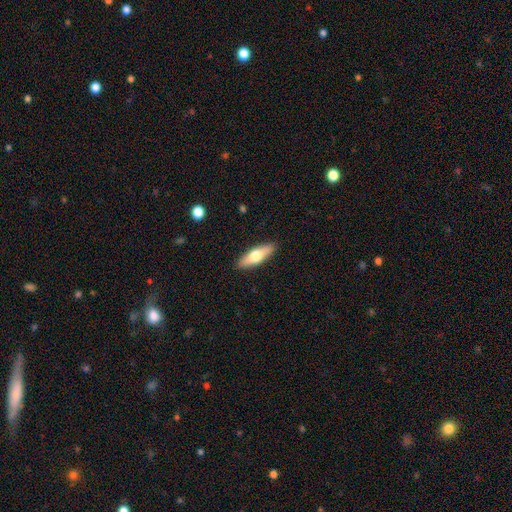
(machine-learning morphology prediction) smooth 59%, featured or disk 36%, star or artifact 6%. Down the decision tree: how rounded — in between (51%); merging — none (89%).